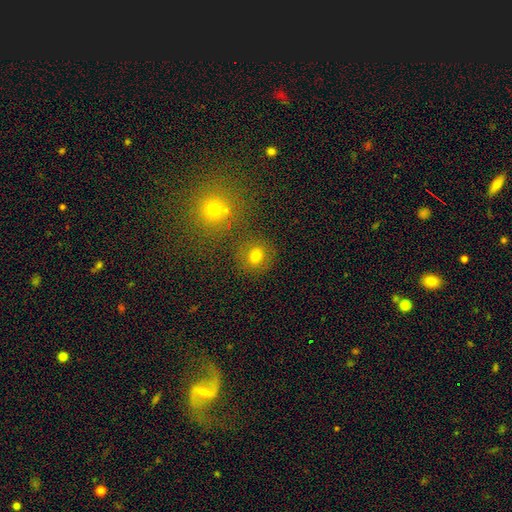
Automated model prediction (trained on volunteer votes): This is likely a smooth galaxy (74%). How rounded: likely round (80%). Merging: likely none (78%).